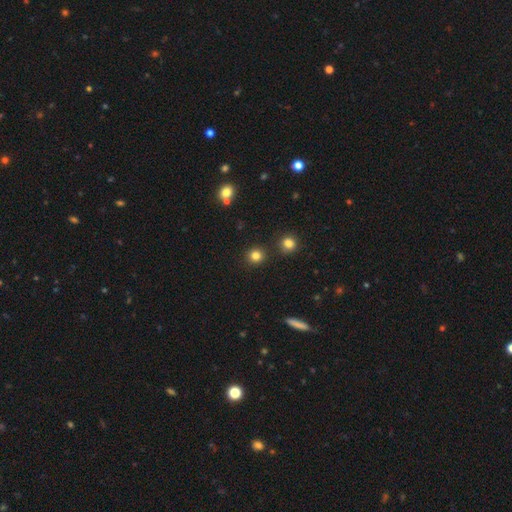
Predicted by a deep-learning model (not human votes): Smooth or featured: smooth — 82% (star or artifact — 13%)
How rounded: round — 92% (in between — 7%)
Merging: none — 89% (minor disturbance — 5%)